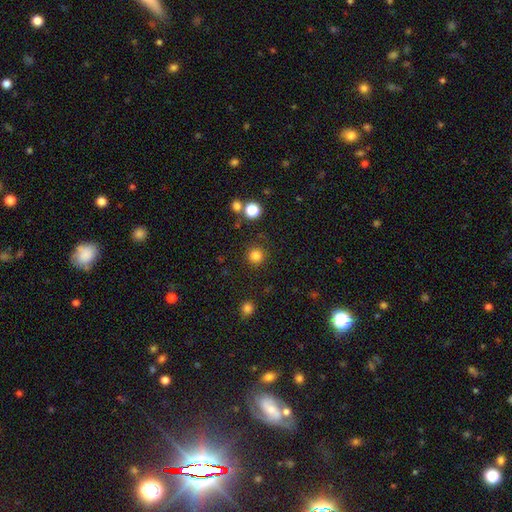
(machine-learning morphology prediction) Smooth or featured? smooth (83%)
How rounded? round (95%)
Merging? none (88%)